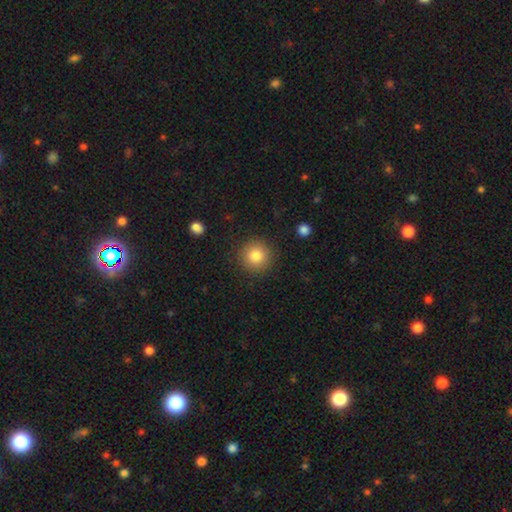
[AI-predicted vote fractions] smooth_or_featured: smooth (p=0.83) [alt: star or artifact p=0.10]
how_rounded: round (p=0.95) [alt: in between p=0.05]
merging: none (p=0.89) [alt: minor disturbance p=0.07]